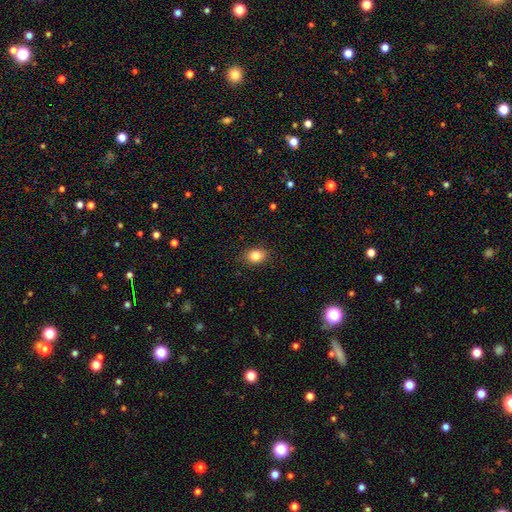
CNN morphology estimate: type=smooth (83%); roundness=in between (62%); merging=none (87%).